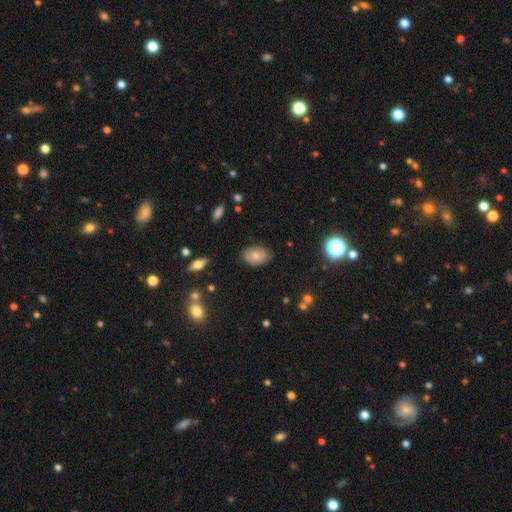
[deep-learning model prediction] smooth-or-featured: smooth: 66% | featured or disk: 24% | star or artifact: 10%
  how-rounded: in between: 85% | round: 14% | cigar-shaped: 1%
  merging: none: 82% | minor disturbance: 14% | major disturbance: 3% | merger: 1%